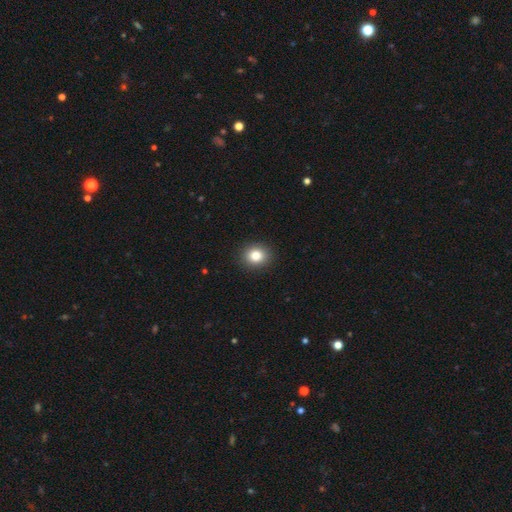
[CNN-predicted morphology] smooth_or_featured: smooth (p=0.83) [alt: star or artifact p=0.10]
how_rounded: round (p=0.70) [alt: in between p=0.29]
merging: none (p=0.91) [alt: minor disturbance p=0.06]